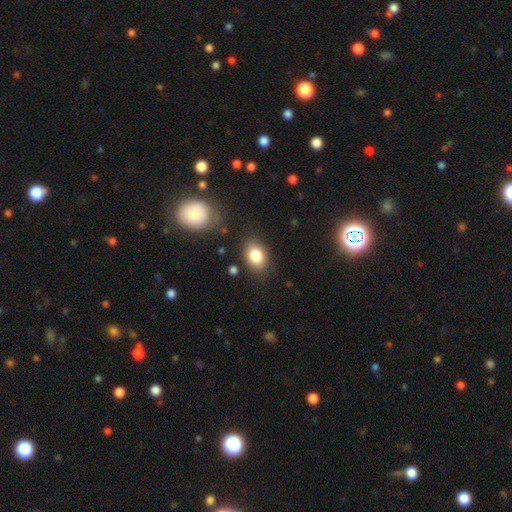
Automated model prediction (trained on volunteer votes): Overall: smooth (83%). How rounded: in between (74%). Merging: none (82%).